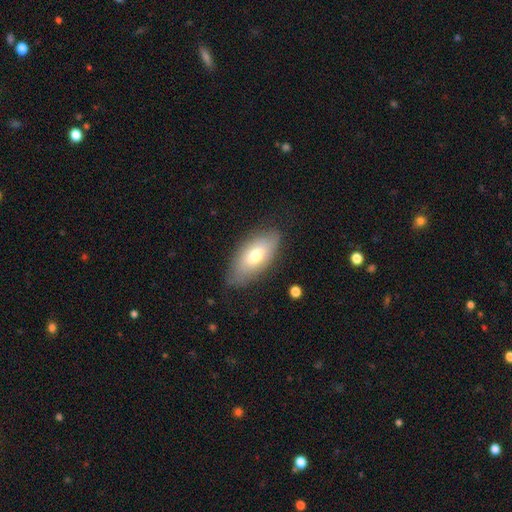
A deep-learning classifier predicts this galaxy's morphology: Overall: smooth (69%). How rounded: in between (89%). Merging: none (78%).